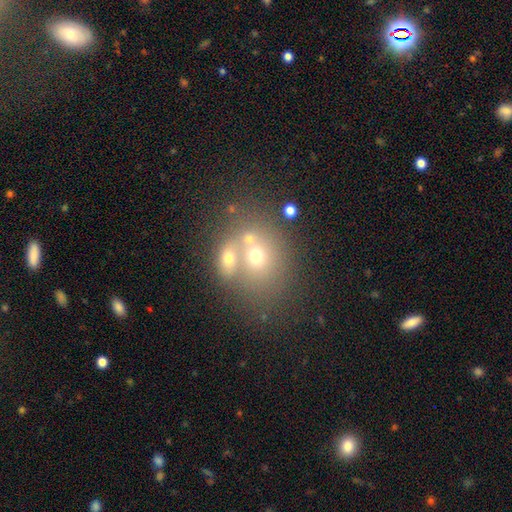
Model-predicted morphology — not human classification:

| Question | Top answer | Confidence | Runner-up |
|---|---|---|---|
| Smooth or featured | smooth | 59% | featured or disk (25%) |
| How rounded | round | 59% | in between (40%) |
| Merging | merger | 49% | none (36%) |